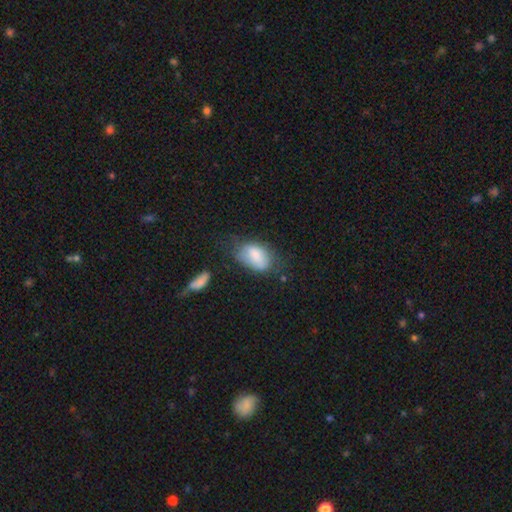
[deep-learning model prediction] Morphology: type=smooth (79%); roundness=in between (91%); merging=none (43%).